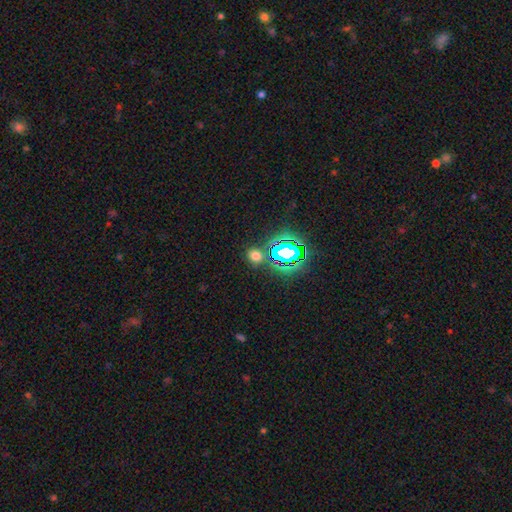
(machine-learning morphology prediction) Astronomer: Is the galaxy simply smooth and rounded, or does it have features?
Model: smooth — 60%.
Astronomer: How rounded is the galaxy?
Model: round — 70%.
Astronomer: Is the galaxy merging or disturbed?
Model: none — 82%.